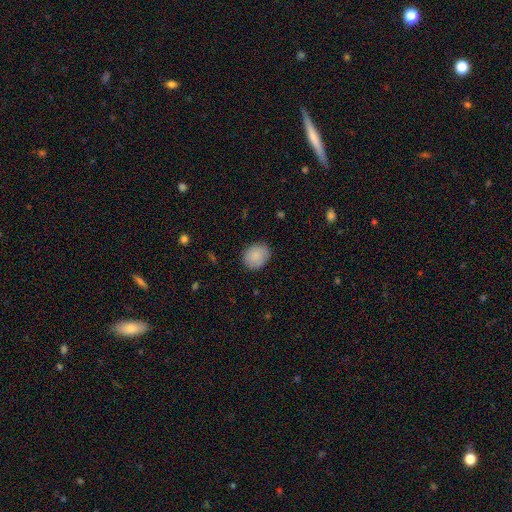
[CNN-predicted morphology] Smooth or featured?
  - smooth: 87% *
  - star or artifact: 7%
  - featured or disk: 6%
How rounded?
  - round: 54% *
  - in between: 45%
  - cigar-shaped: 1%
Merging?
  - none: 83% *
  - minor disturbance: 13%
  - major disturbance: 3%
  - merger: 1%